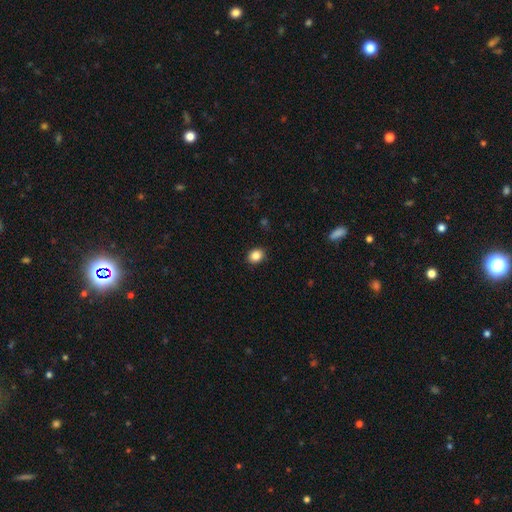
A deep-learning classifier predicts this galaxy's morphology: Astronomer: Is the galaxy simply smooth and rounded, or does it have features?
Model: smooth — 86%.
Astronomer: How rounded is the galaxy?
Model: round — 59% (runner-up: in between, 40%).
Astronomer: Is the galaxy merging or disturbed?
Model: none — 90%.